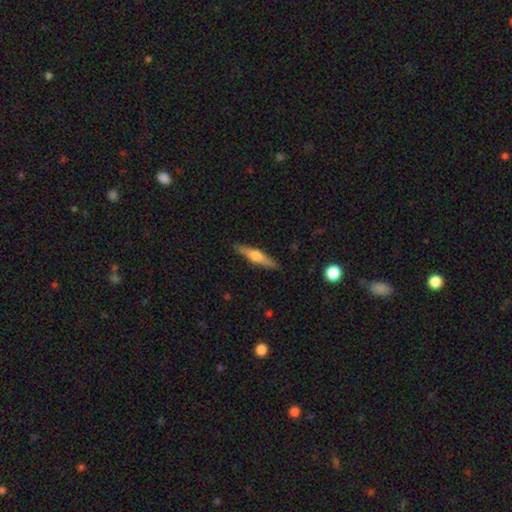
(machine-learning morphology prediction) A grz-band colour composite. It shows a featured or disk galaxy (56%) viewed edge-on (96%) with a rounded central bulge (90%). Merging: none (89%).